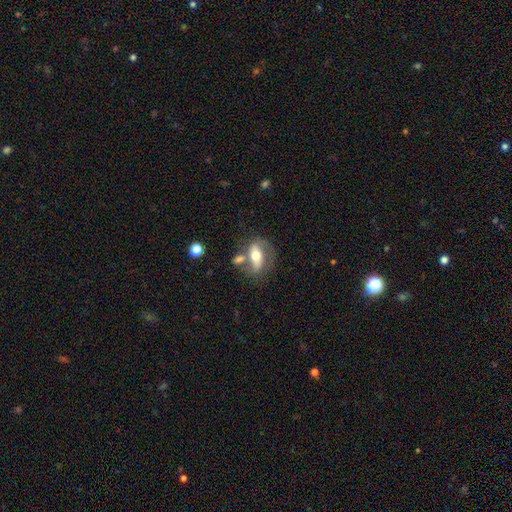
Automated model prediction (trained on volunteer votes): Smooth or featured? Predicted: featured or disk (p=0.55). Edge-on disk? Predicted: no (p=0.83). Merging? Predicted: none (p=0.48).